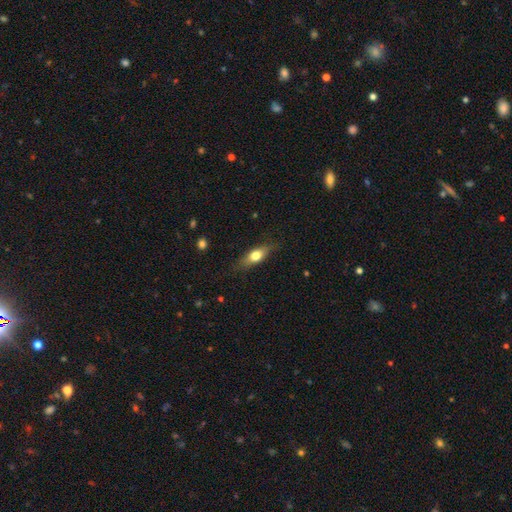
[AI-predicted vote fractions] Overall: smooth (67%; featured or disk 27%). How rounded: in between (67%; cigar-shaped 28%). Merging: none (76%).